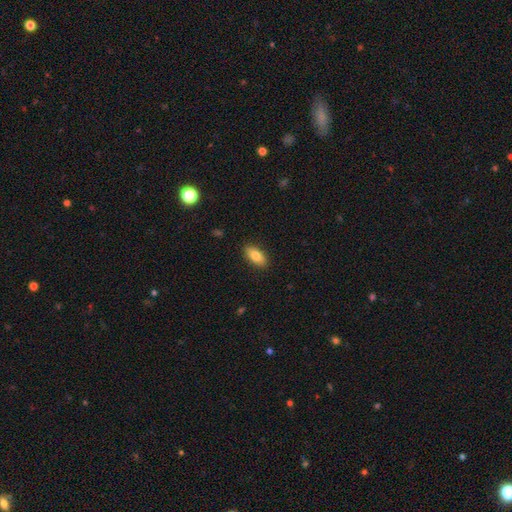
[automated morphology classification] This is clearly a smooth galaxy (82%). How rounded: clearly in between (90%). Merging: clearly none (89%).